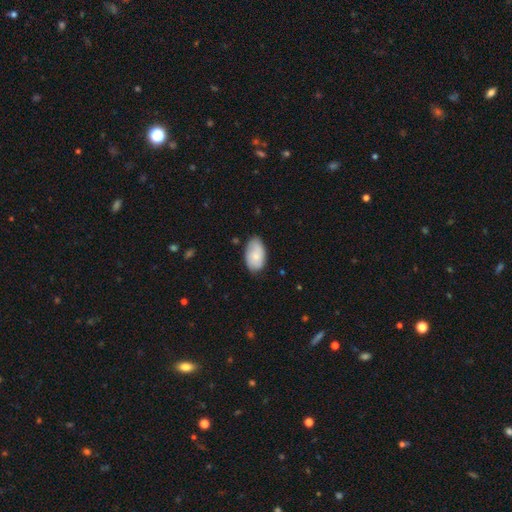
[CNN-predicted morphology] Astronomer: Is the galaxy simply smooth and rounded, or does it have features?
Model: smooth — 77%.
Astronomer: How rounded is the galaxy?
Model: in between — 94%.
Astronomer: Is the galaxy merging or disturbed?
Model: none — 74%.